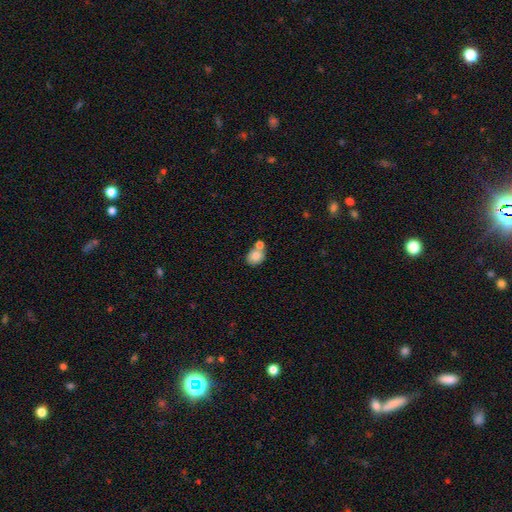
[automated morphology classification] smooth 83%, star or artifact 9%, featured or disk 8%. Down the decision tree: how rounded — round (60%); merging — none (47%).